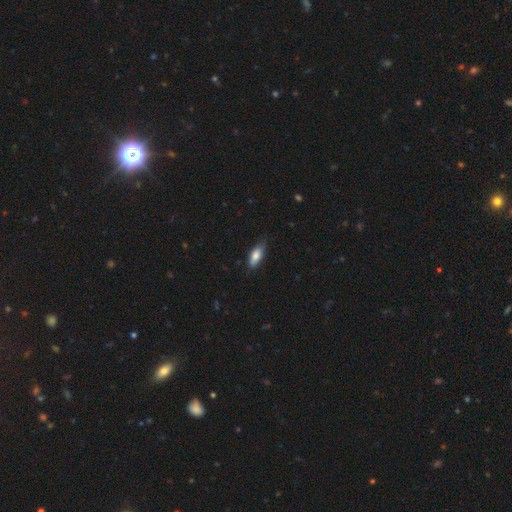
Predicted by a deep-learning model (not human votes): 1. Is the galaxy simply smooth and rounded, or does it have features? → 77% smooth, 17% featured or disk, 7% star or artifact.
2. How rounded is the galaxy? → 77% in between, 20% cigar-shaped, 3% round.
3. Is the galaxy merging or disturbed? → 68% none, 27% minor disturbance, 4% major disturbance, 1% merger.